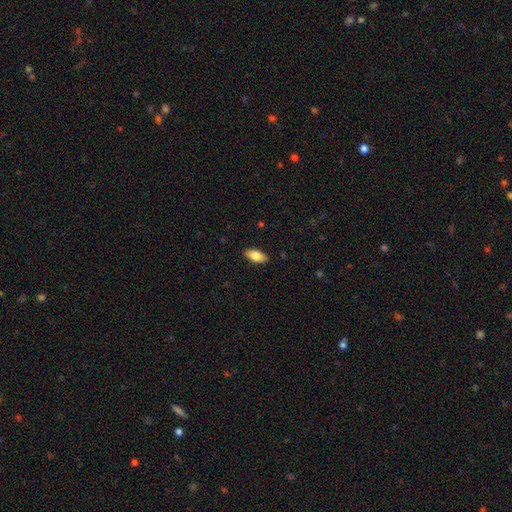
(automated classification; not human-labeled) This is likely a smooth galaxy (78%). How rounded: clearly in between (88%). Merging: clearly none (89%).